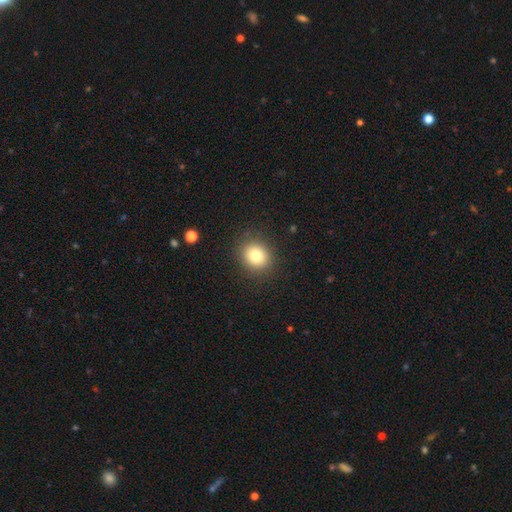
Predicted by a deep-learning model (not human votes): The model was most divided on "how rounded": round: 76%, in between: 23%, cigar-shaped: 1%. More confident: merging — none (88%); smooth or featured — smooth (80%).